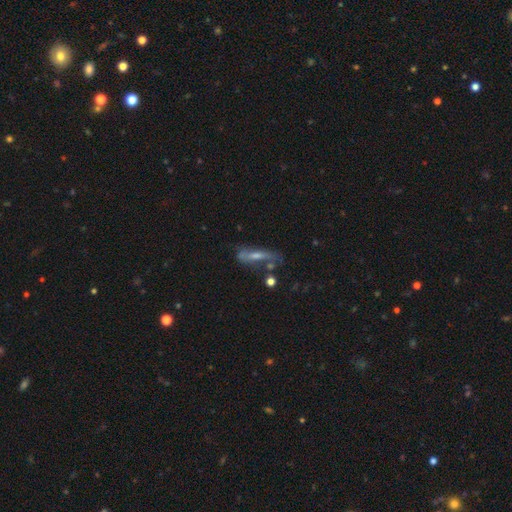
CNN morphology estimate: Overall: featured or disk (59%; smooth 29%). Edge-on disk: yes (51%; no 49%). Merging: none (52%; minor disturbance 23%).